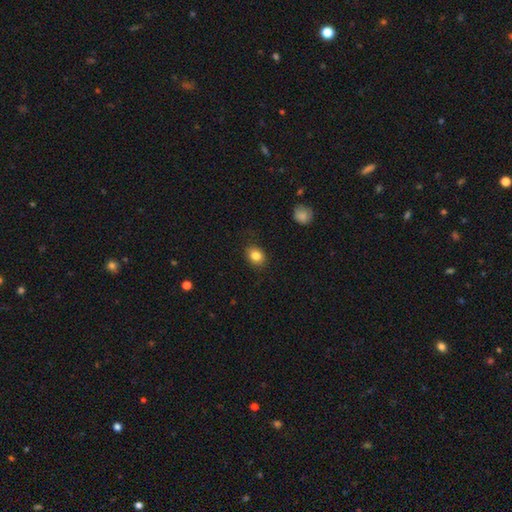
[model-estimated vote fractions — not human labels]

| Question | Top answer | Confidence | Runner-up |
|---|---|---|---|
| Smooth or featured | smooth | 84% | star or artifact (10%) |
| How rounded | in between | 53% | round (46%) |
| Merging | none | 85% | minor disturbance (11%) |